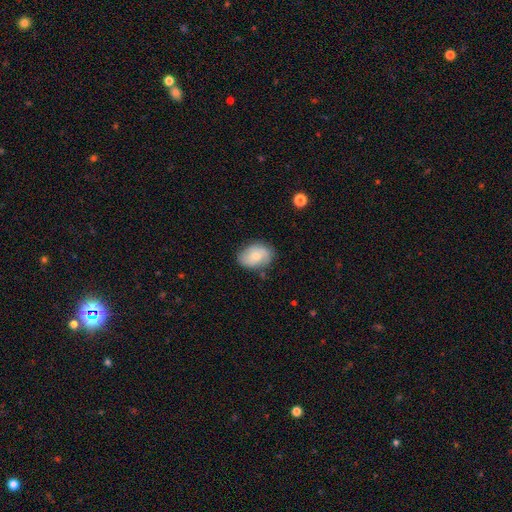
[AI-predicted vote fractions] A smooth galaxy with no disk features (60%) that is in between round and cigar-shaped (76%). Merging: none (75%).